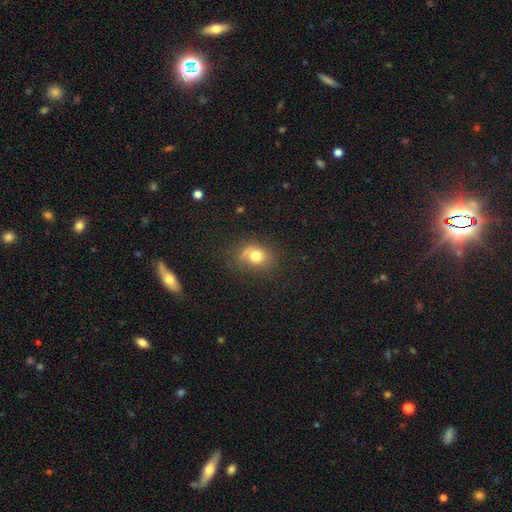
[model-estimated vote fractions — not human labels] smooth 72%, featured or disk 15%, star or artifact 13%. Down the decision tree: how rounded — round (63%); merging — none (56%).